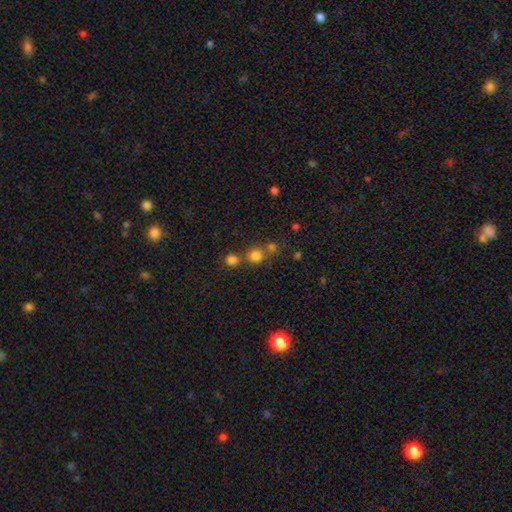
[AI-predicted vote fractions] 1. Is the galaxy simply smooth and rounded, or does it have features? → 75% smooth, 17% star or artifact, 7% featured or disk.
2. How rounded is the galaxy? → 87% round, 12% in between, 1% cigar-shaped.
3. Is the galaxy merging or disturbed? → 59% none, 30% merger, 7% minor disturbance, 3% major disturbance.